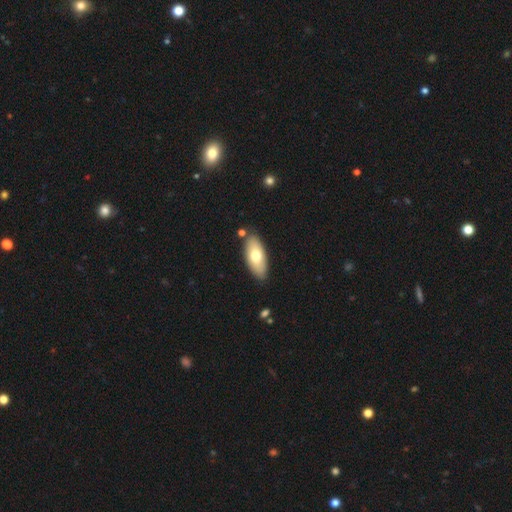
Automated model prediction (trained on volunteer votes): Smooth or featured: smooth — 70% (featured or disk — 24%)
How rounded: in between — 87% (cigar-shaped — 11%)
Merging: none — 84% (minor disturbance — 10%)